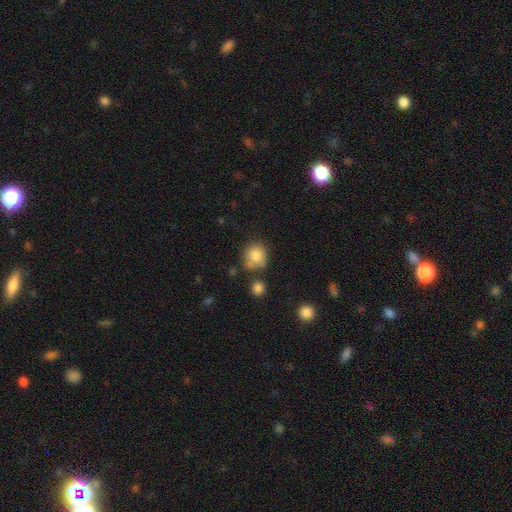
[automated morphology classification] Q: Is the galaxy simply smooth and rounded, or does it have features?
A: smooth — 82%.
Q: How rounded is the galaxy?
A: round — 81%.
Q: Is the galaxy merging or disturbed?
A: none — 61%.